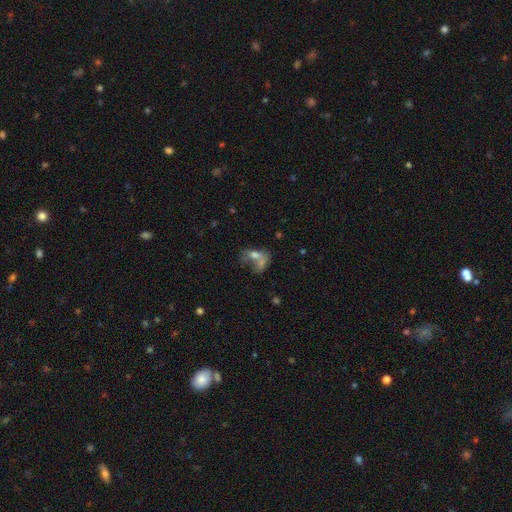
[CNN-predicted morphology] This appears to be a smooth galaxy with no disk features (48%). Merging: merger (48%).